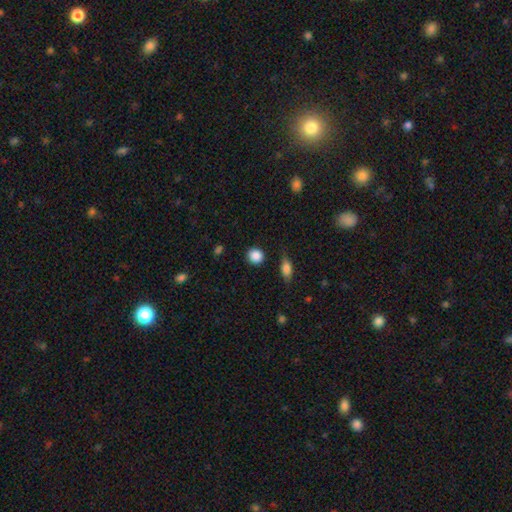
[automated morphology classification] This appears to be a smooth galaxy with no disk features (88%) that is round (87%). Merging: none (87%).